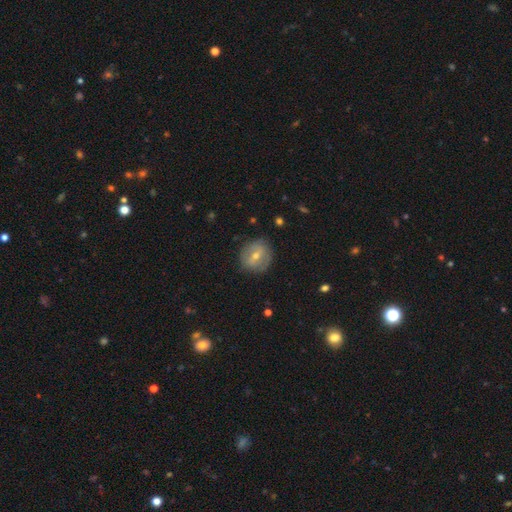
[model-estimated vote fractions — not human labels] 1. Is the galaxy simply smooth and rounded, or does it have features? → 47% featured or disk, 42% smooth, 11% star or artifact.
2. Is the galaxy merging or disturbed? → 84% none, 11% minor disturbance, 3% major disturbance, 1% merger.